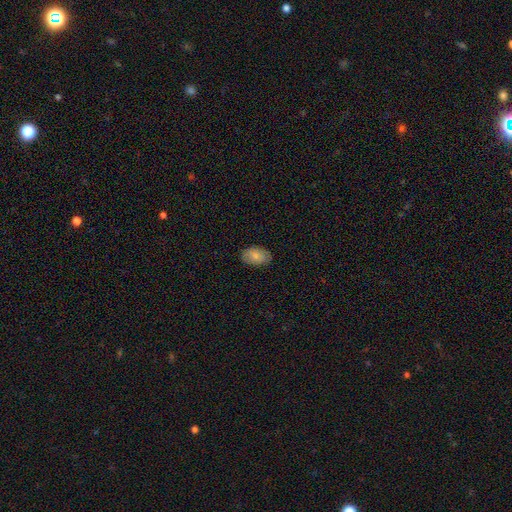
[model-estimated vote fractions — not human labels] Smooth or featured? Predicted: smooth (p=0.79). How rounded? Predicted: in between (p=0.90). Merging? Predicted: none (p=0.85).